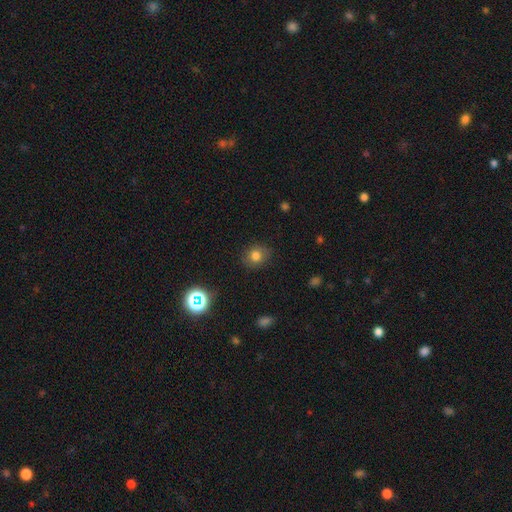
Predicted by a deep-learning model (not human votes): Q: Smooth or featured?
A: smooth (76%); runner-up: star or artifact (15%)
Q: How rounded?
A: round (73%); runner-up: in between (26%)
Q: Merging?
A: none (85%); runner-up: minor disturbance (11%)